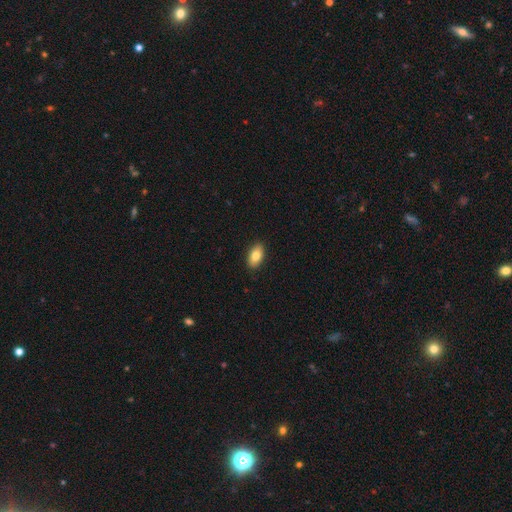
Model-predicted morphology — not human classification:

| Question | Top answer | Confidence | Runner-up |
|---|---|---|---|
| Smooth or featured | smooth | 82% | featured or disk (11%) |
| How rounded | in between | 91% | round (5%) |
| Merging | none | 90% | minor disturbance (8%) |